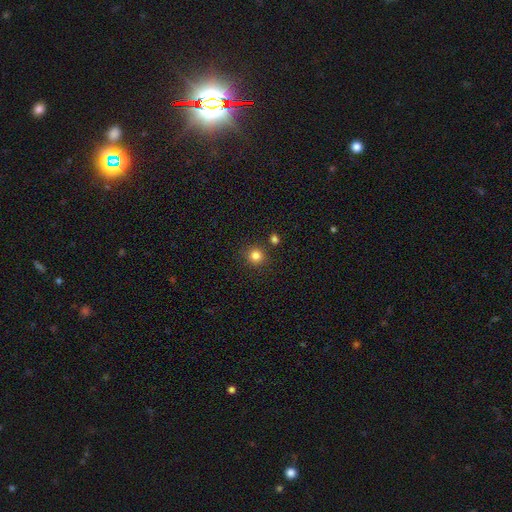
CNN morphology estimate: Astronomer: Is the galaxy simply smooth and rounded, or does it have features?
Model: smooth — 82%.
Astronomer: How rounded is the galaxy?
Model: round — 91%.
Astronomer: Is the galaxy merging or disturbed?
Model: none — 84%.